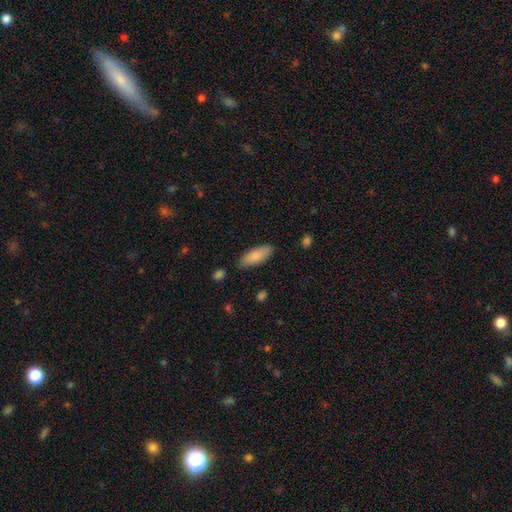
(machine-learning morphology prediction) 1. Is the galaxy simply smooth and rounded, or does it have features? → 84% smooth, 11% featured or disk, 6% star or artifact.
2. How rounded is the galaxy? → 73% in between, 25% cigar-shaped, 2% round.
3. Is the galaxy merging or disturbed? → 82% none, 13% minor disturbance, 3% major disturbance, 2% merger.